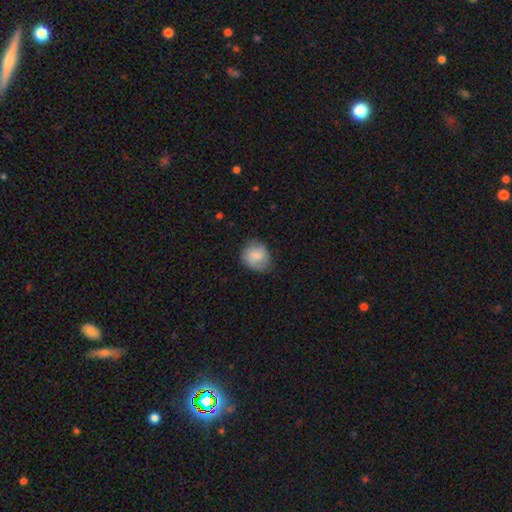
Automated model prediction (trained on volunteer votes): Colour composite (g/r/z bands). It shows a smooth galaxy with no disk features (75%) that is round (70%). Merging: none (66%).